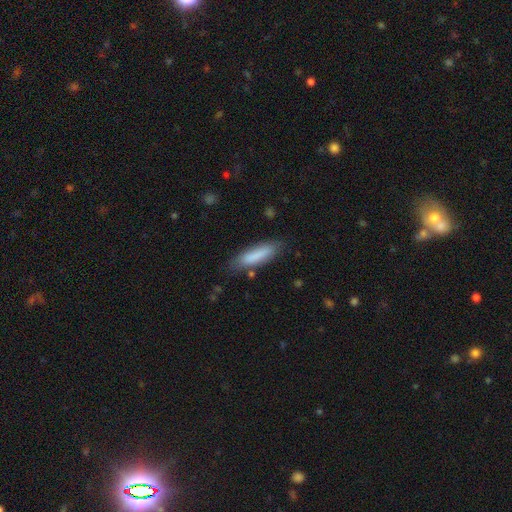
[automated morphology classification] A smooth galaxy with no disk features (83%) that is cigar-shaped (68%).

Vote fractions:
- Smooth or featured? smooth: 83% / featured or disk: 11% / star or artifact: 6%
- How rounded? cigar-shaped: 68% / in between: 30% / round: 1%
- Merging? none: 78% / minor disturbance: 16% / major disturbance: 3% / merger: 3%